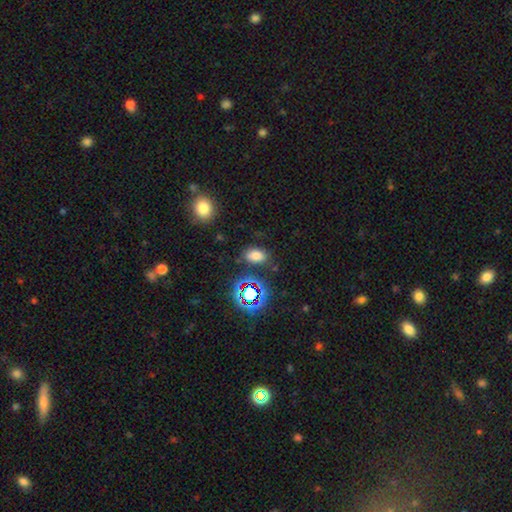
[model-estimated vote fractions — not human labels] The model was most divided on "smooth or featured": smooth: 70%, star or artifact: 22%, featured or disk: 8%. More confident: how rounded — in between (86%); merging — none (80%).